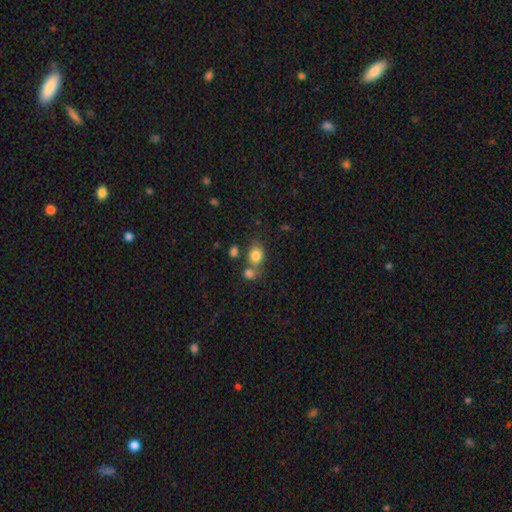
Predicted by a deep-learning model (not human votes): A smooth galaxy with no disk features (82%) that is round (51%). Merging: none (52%).